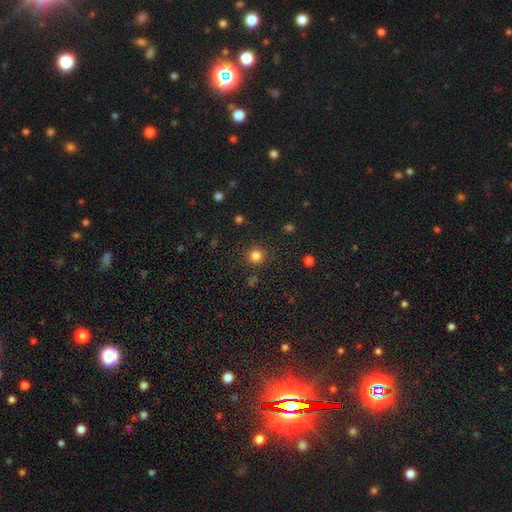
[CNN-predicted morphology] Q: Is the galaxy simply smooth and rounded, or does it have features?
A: smooth — 83%.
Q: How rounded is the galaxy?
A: round — 94%.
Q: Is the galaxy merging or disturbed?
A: none — 89%.